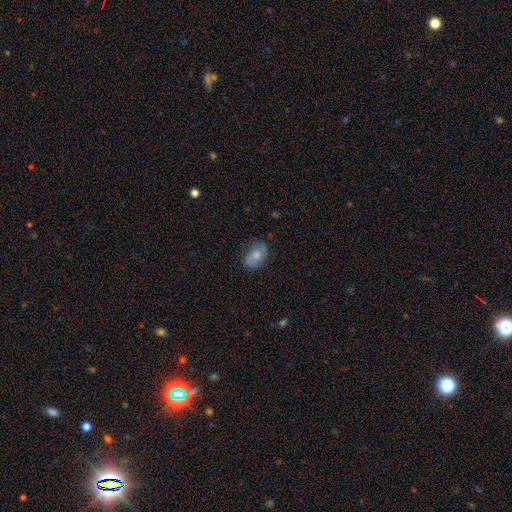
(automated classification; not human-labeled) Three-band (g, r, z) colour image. It shows a smooth galaxy with no disk features (67%) that is in between round and cigar-shaped (79%). Merging: none (62%).